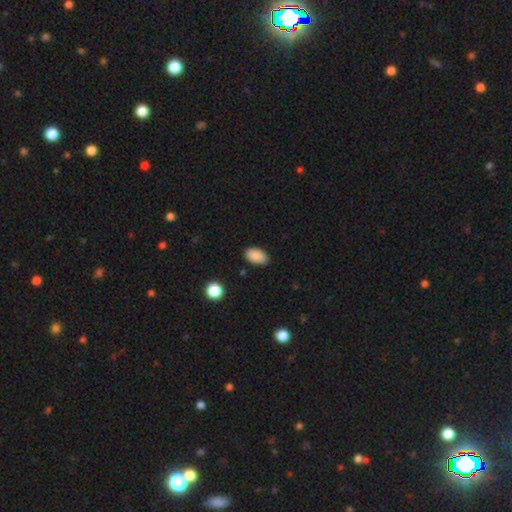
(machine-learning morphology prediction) smooth_or_featured: smooth (p=0.89) [alt: star or artifact p=0.08]
how_rounded: in between (p=0.92) [alt: round p=0.06]
merging: none (p=0.84) [alt: minor disturbance p=0.12]